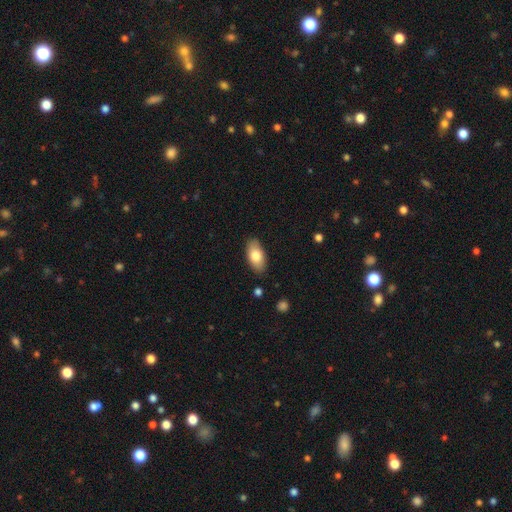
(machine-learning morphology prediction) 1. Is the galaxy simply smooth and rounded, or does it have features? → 79% smooth, 15% featured or disk, 6% star or artifact.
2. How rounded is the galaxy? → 92% in between, 5% cigar-shaped, 3% round.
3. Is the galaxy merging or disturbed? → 86% none, 11% minor disturbance, 2% major disturbance, 1% merger.